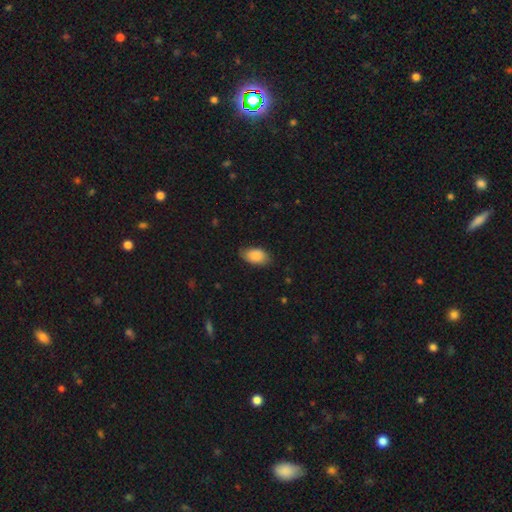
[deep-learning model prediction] Smooth or featured: smooth — 87% (star or artifact — 6%)
How rounded: in between — 93% (round — 6%)
Merging: none — 74% (minor disturbance — 21%)